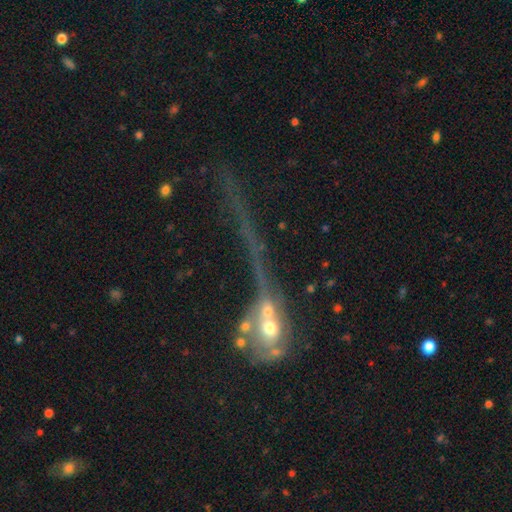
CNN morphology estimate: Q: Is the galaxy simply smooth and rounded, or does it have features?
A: featured or disk — 47%.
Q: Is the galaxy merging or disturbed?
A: merger — 42%.